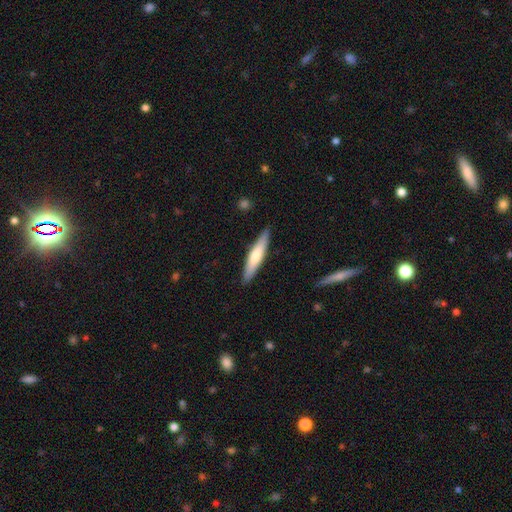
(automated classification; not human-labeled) Overall: smooth (59%; featured or disk 36%). How rounded: cigar-shaped (85%). Merging: none (89%).